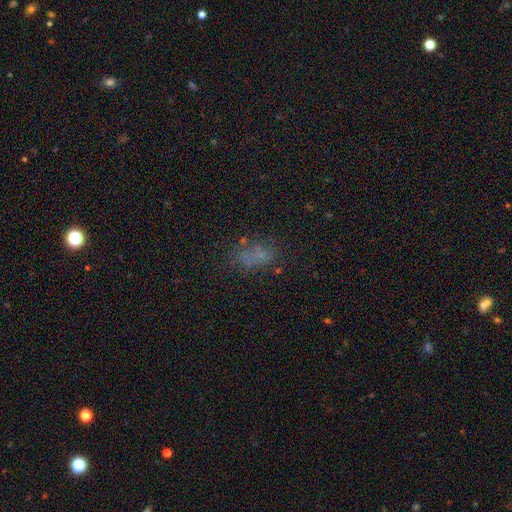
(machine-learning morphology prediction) smooth-or-featured: smooth: 51% | featured or disk: 25% | star or artifact: 24%
  how-rounded: in between: 81% | round: 13% | cigar-shaped: 6%
  merging: none: 56% | minor disturbance: 18% | major disturbance: 16% | merger: 10%